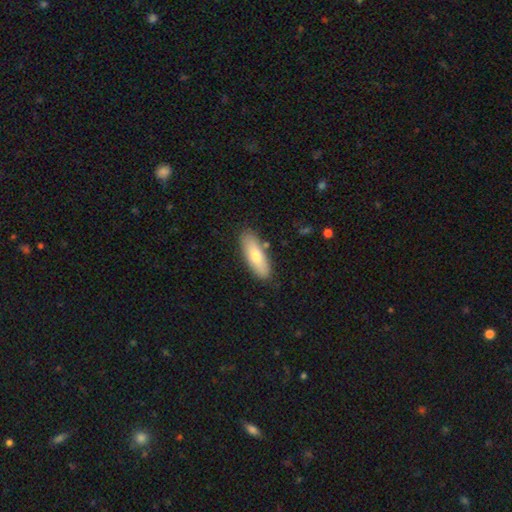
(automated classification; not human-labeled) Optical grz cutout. It shows a smooth galaxy with no disk features (68%) that is in between round and cigar-shaped (65%). Merging: none (83%).